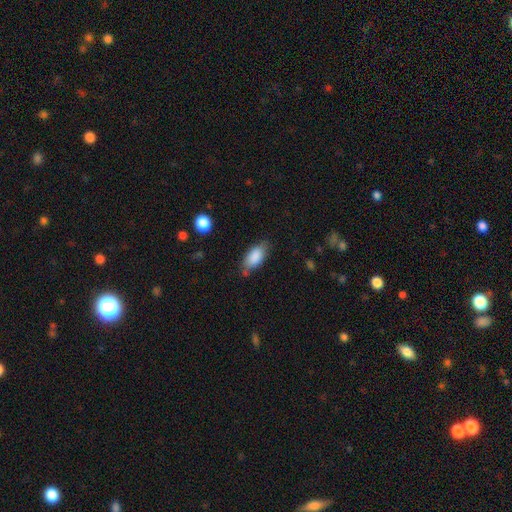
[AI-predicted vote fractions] This is clearly a smooth galaxy (86%). How rounded: clearly in between (89%). Merging: likely none (67%).